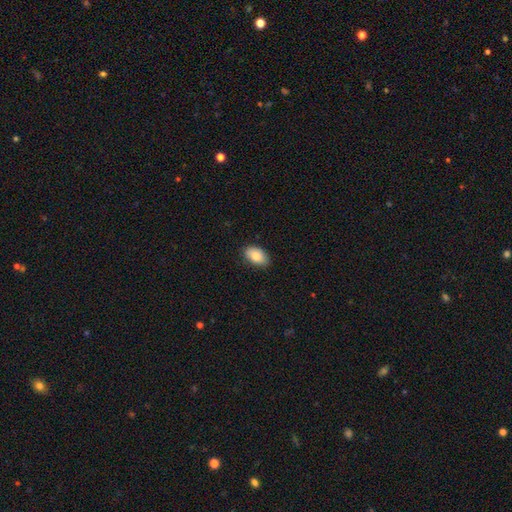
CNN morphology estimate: smooth-or-featured: smooth: 83% | featured or disk: 10% | star or artifact: 7%
  how-rounded: in between: 91% | round: 7% | cigar-shaped: 1%
  merging: none: 85% | minor disturbance: 12% | major disturbance: 2% | merger: 1%